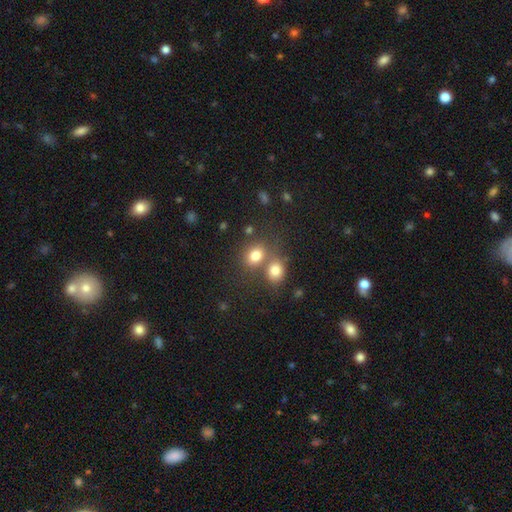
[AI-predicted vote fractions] Smooth or featured? Predicted: smooth (p=0.78). How rounded? Predicted: round (p=0.52). Merging? Predicted: merger (p=0.44).